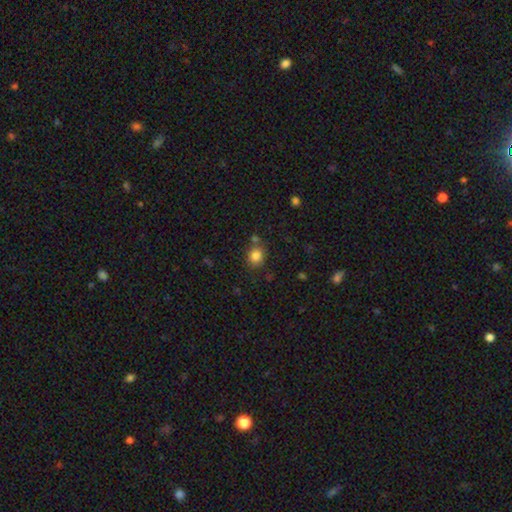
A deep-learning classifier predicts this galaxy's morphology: smooth-or-featured: smooth: 83% | star or artifact: 11% | featured or disk: 6%
  how-rounded: round: 74% | in between: 26% | cigar-shaped: 1%
  merging: none: 74% | minor disturbance: 12% | merger: 11% | major disturbance: 3%